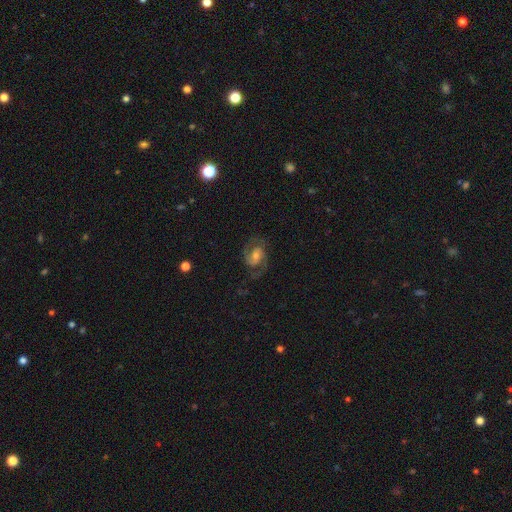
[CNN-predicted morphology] featured or disk 86%, smooth 7%, star or artifact 7%. Down the decision tree: edge-on disk — no (98%); bar — weak (49%); spiral arms — yes (97%); spiral arm count — 2 (90%); spiral winding — medium (58%); bulge size — moderate (49%); merging — none (75%).